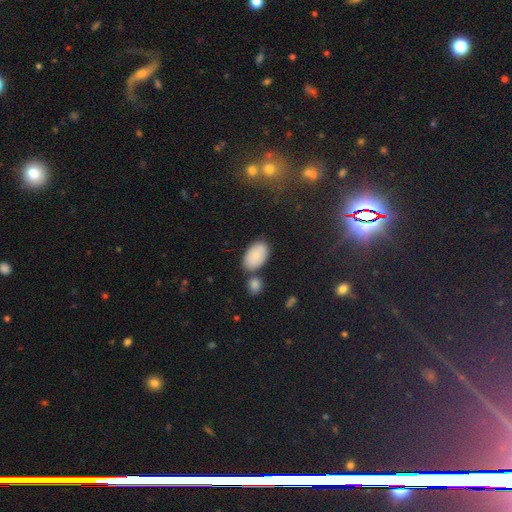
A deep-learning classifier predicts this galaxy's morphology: This appears to be a smooth galaxy with no disk features (85%) that is in between round and cigar-shaped (94%). Merging: none (69%).